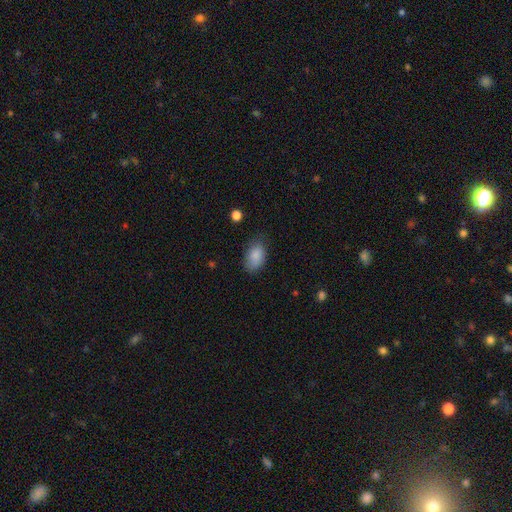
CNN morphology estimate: Q: Smooth or featured?
A: smooth (87%); runner-up: star or artifact (8%)
Q: How rounded?
A: in between (89%); runner-up: round (9%)
Q: Merging?
A: none (74%); runner-up: minor disturbance (20%)